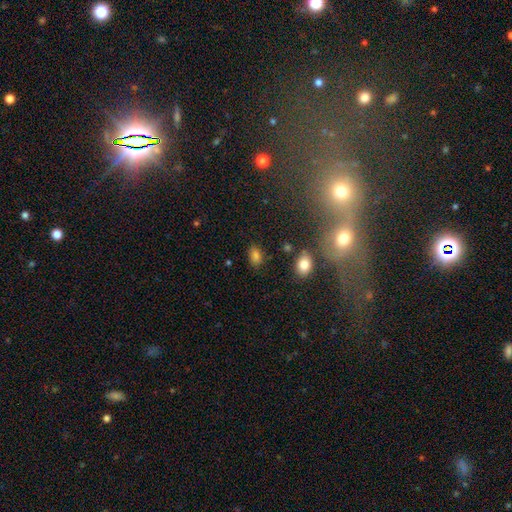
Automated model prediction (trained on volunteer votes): Smooth or featured? Predicted: smooth (p=0.81). How rounded? Predicted: in between (p=0.87). Merging? Predicted: none (p=0.80).